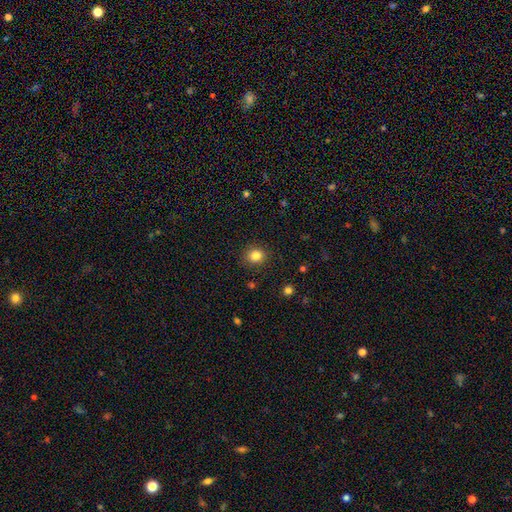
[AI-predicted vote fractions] The model was most divided on "how rounded": round: 80%, in between: 20%, cigar-shaped: 1%. More confident: merging — none (89%); smooth or featured — smooth (83%).